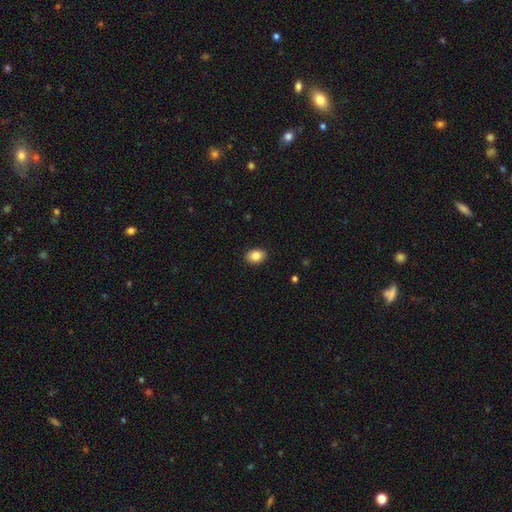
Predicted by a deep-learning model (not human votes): smooth_or_featured: smooth (p=0.85) [alt: star or artifact p=0.08]
how_rounded: in between (p=0.75) [alt: round p=0.24]
merging: none (p=0.90) [alt: minor disturbance p=0.08]